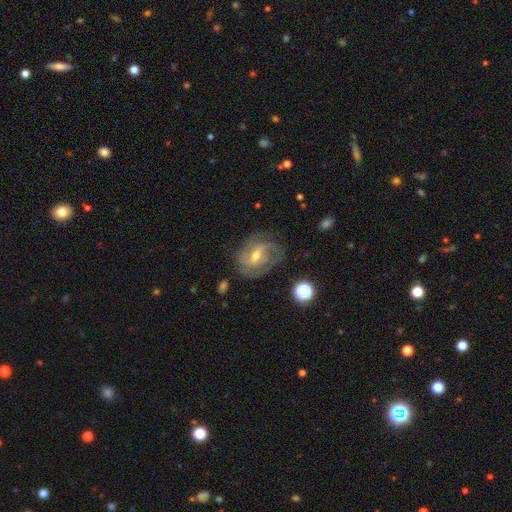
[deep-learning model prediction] This appears to be a featured or disk galaxy (80%) with a weak bar (50%), 2 (34%) tight (50%) spiral arms (92%) and a moderate central bulge (61%). Merging: none (65%).